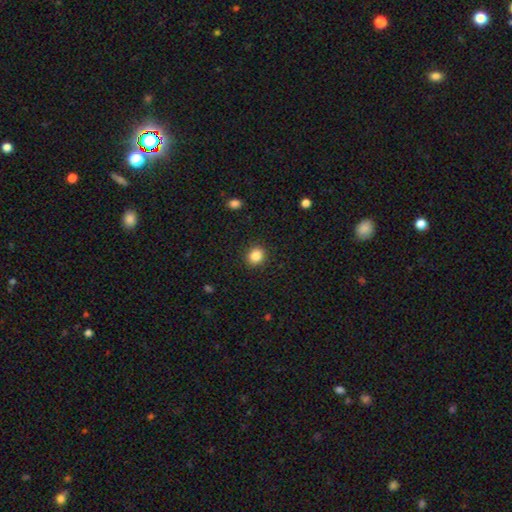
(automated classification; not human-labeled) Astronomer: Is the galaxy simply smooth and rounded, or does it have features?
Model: smooth — 86%.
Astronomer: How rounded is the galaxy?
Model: round — 78%.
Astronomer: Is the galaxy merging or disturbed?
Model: none — 91%.